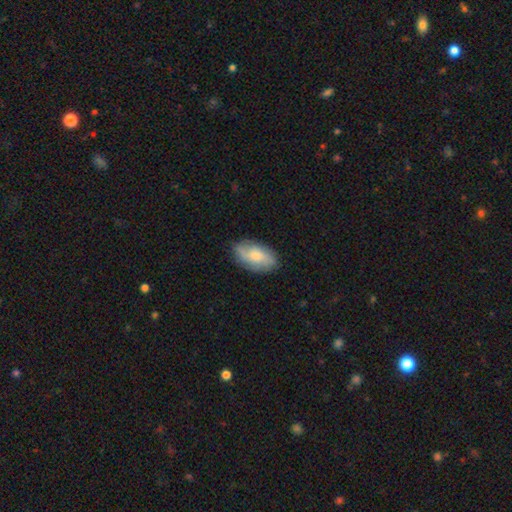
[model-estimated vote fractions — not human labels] A smooth galaxy with no disk features (56%) that is in between round and cigar-shaped (92%).

Vote fractions:
- Smooth or featured? smooth: 56% / featured or disk: 37% / star or artifact: 7%
- How rounded? in between: 92% / round: 5% / cigar-shaped: 3%
- Merging? none: 78% / minor disturbance: 17% / major disturbance: 4% / merger: 1%